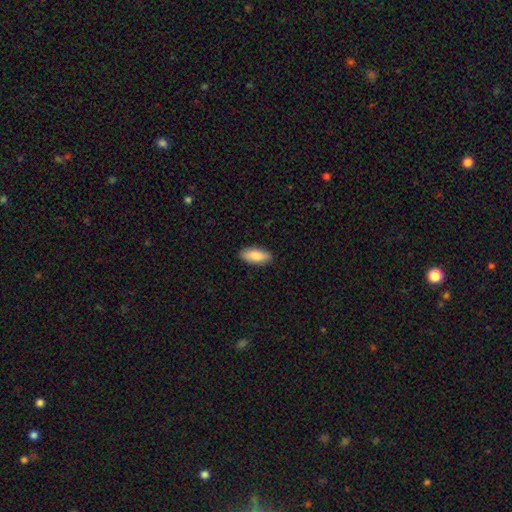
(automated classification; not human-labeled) Smooth or featured: smooth — 86% (featured or disk — 9%)
How rounded: in between — 86% (cigar-shaped — 12%)
Merging: none — 89% (minor disturbance — 8%)